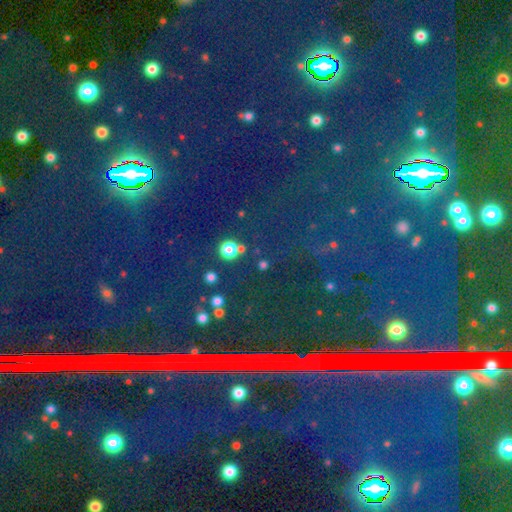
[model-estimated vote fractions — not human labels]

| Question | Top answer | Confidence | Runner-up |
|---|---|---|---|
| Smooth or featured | star or artifact | 83% | smooth (11%) |